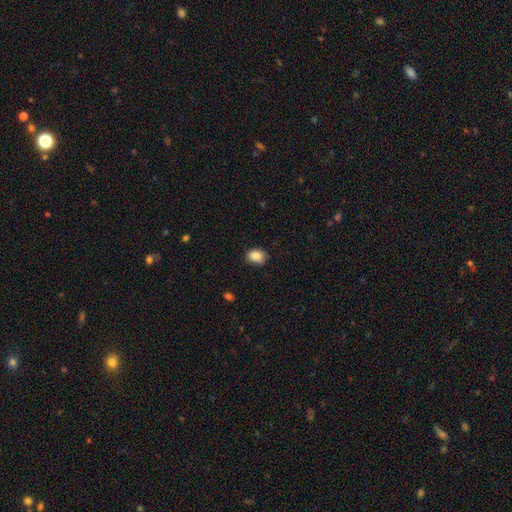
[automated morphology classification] This is clearly a smooth galaxy (86%). How rounded: possibly in between (57%). Merging: likely none (80%).